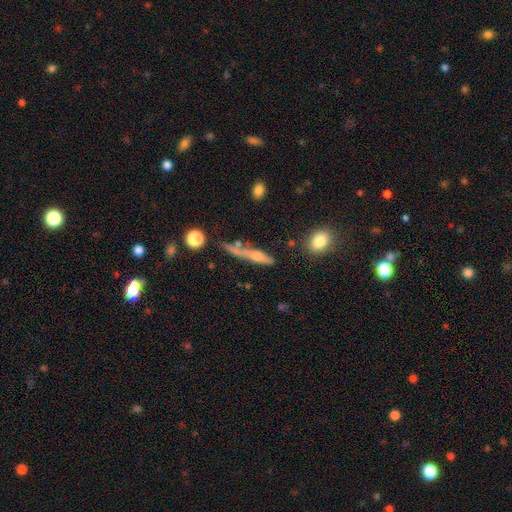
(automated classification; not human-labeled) Smooth or featured? featured or disk (45%)
Merging? none (57%)